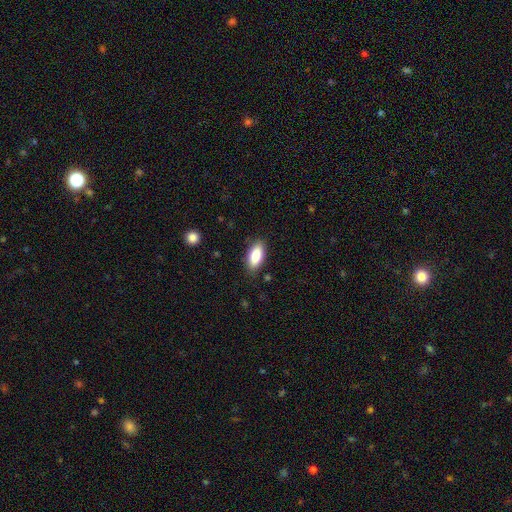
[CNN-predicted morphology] This is clearly a smooth galaxy (85%). How rounded: clearly in between (89%). Merging: clearly none (85%).